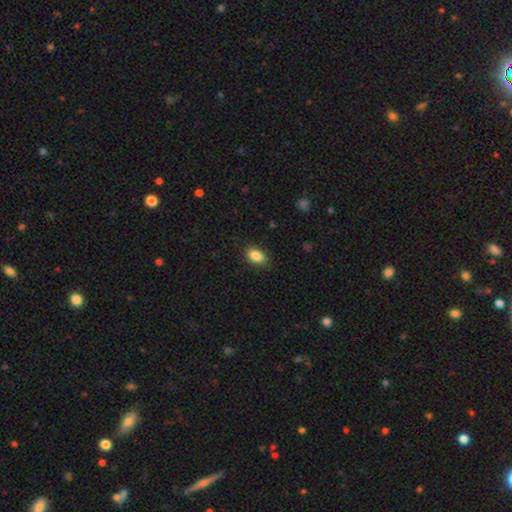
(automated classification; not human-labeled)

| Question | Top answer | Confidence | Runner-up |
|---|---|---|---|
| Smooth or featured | smooth | 87% | star or artifact (8%) |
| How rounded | in between | 84% | round (14%) |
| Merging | none | 85% | minor disturbance (11%) |